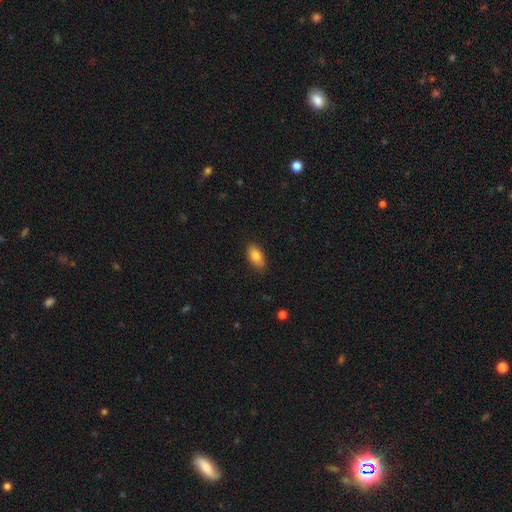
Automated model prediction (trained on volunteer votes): This is clearly a smooth galaxy (83%). How rounded: clearly in between (89%). Merging: clearly none (81%).